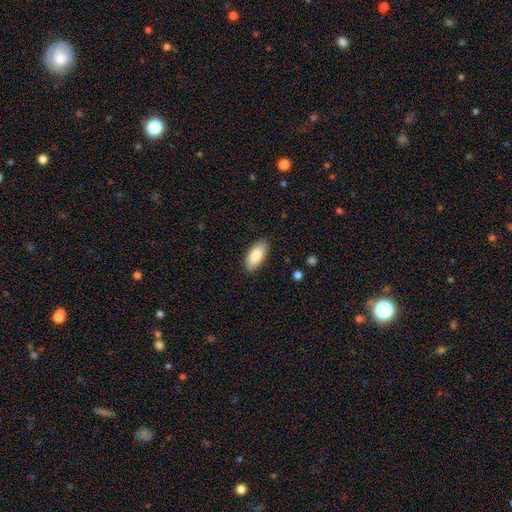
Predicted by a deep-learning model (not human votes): Smooth or featured? Predicted: smooth (p=0.85). How rounded? Predicted: in between (p=0.91). Merging? Predicted: none (p=0.87).